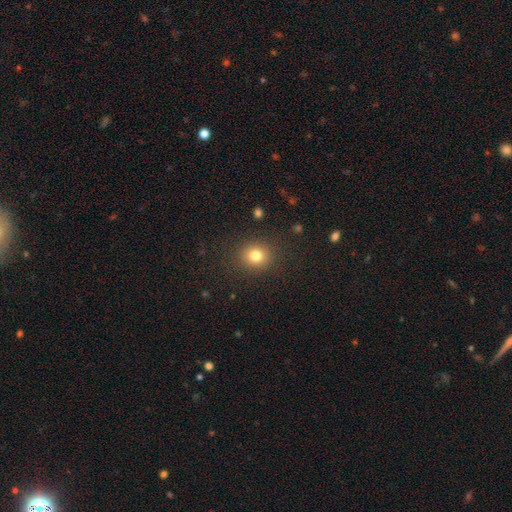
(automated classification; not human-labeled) Q: Smooth or featured?
A: smooth (80%); runner-up: star or artifact (13%)
Q: How rounded?
A: round (79%); runner-up: in between (20%)
Q: Merging?
A: none (87%); runner-up: minor disturbance (8%)